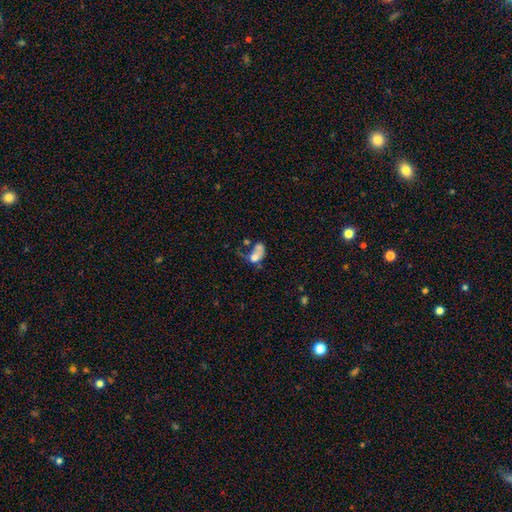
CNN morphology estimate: A smooth galaxy with no disk features (54%) that is in between round and cigar-shaped (76%).

Vote fractions:
- Smooth or featured? smooth: 54% / featured or disk: 35% / star or artifact: 12%
- How rounded? in between: 76% / round: 22% / cigar-shaped: 2%
- Merging? merger: 39% / major disturbance: 36% / none: 15% / minor disturbance: 11%